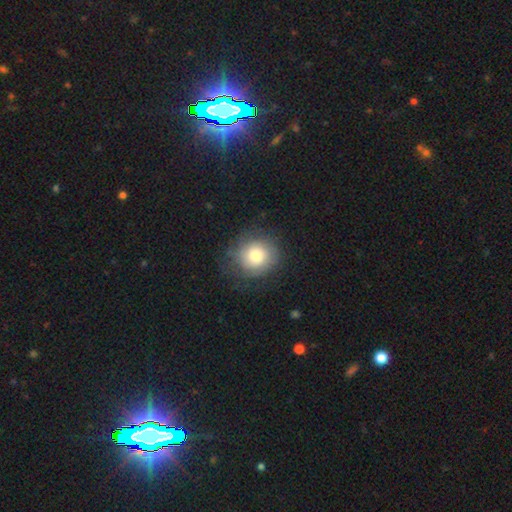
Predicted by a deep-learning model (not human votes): A smooth galaxy with no disk features (67%) that is round (86%). Merging: none (71%).